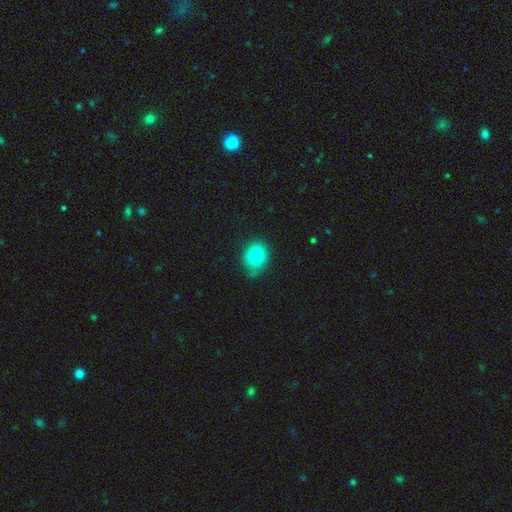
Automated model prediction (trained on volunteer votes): Smooth or featured? smooth (78%)
How rounded? round (60%)
Merging? none (66%)